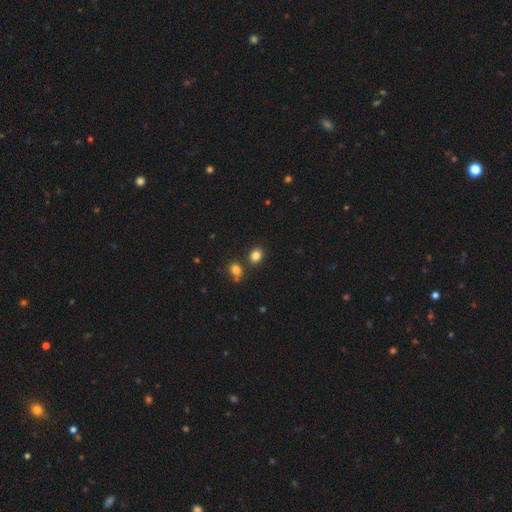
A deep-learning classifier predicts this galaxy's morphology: A smooth galaxy with no disk features (84%) that is round (58%). Merging: none (78%).